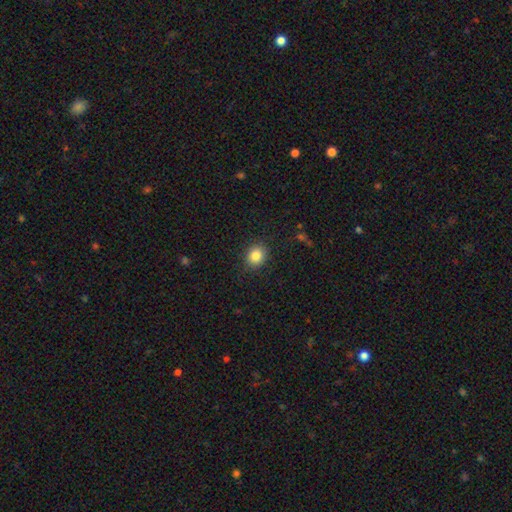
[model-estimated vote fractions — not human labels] smooth-or-featured: smooth: 85% | star or artifact: 10% | featured or disk: 6%
  how-rounded: round: 71% | in between: 28% | cigar-shaped: 1%
  merging: none: 89% | minor disturbance: 8% | major disturbance: 2% | merger: 1%